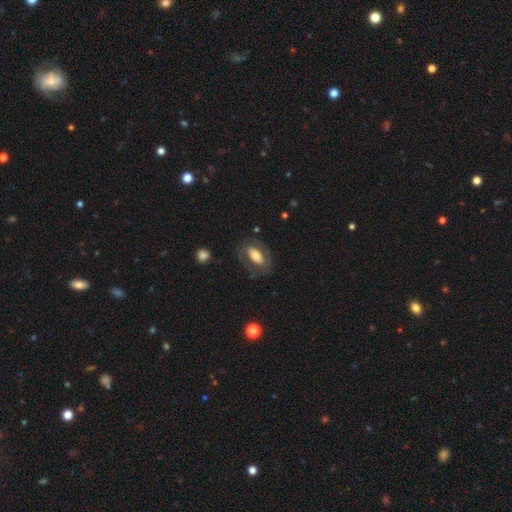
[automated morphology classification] A smooth galaxy with no disk features (51%) that is in between round and cigar-shaped (89%).

Vote fractions:
- Smooth or featured? smooth: 51% / featured or disk: 43% / star or artifact: 6%
- How rounded? in between: 89% / round: 8% / cigar-shaped: 4%
- Merging? none: 71% / minor disturbance: 16% / major disturbance: 12% / merger: 2%